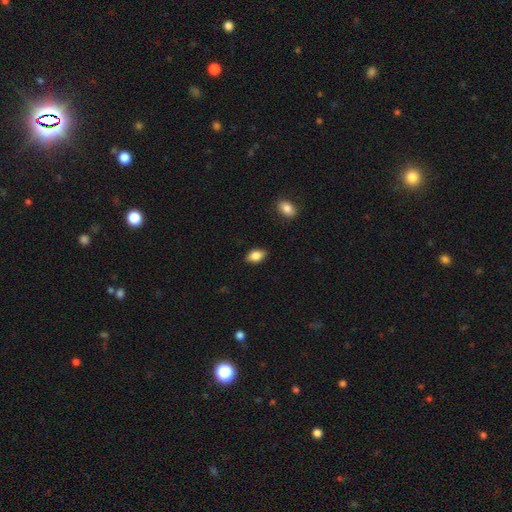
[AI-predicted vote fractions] This appears to be a smooth galaxy with no disk features (83%) that is in between round and cigar-shaped (88%). Merging: none (85%).